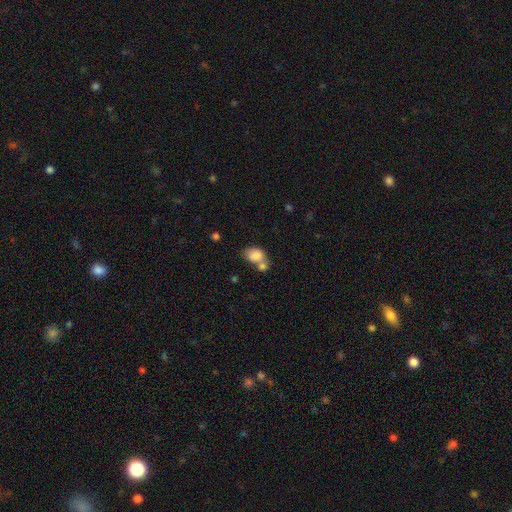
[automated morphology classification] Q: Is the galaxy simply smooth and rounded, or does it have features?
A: smooth — 83%.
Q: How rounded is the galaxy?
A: in between — 72%.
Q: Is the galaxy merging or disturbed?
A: merger — 51%.